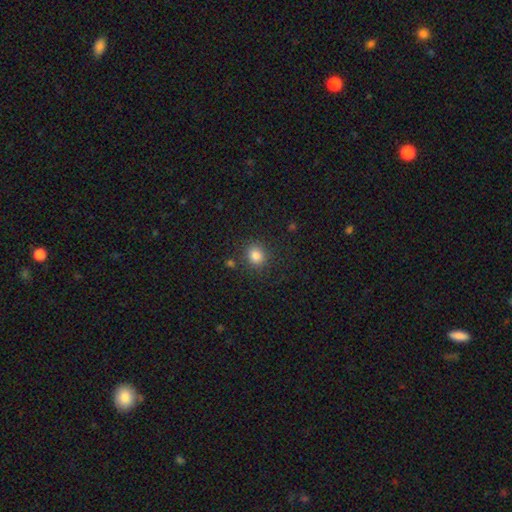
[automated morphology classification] A smooth galaxy with no disk features (84%) that is round (80%).

Vote fractions:
- Smooth or featured? smooth: 84% / star or artifact: 12% / featured or disk: 5%
- How rounded? round: 80% / in between: 19% / cigar-shaped: 1%
- Merging? none: 84% / minor disturbance: 9% / major disturbance: 3% / merger: 3%